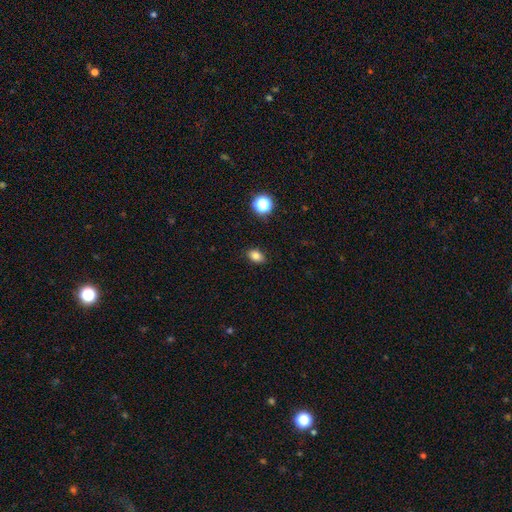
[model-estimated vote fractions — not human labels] smooth_or_featured: smooth (p=0.82) [alt: star or artifact p=0.12]
how_rounded: in between (p=0.77) [alt: round p=0.21]
merging: none (p=0.88) [alt: minor disturbance p=0.09]